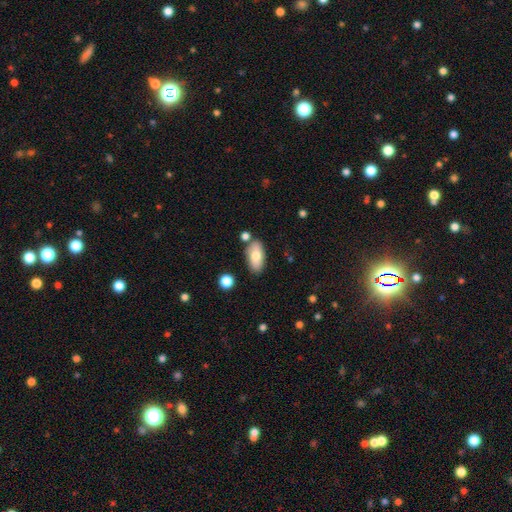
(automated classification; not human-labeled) Smooth or featured: smooth — 74% (featured or disk — 19%)
How rounded: in between — 91% (cigar-shaped — 5%)
Merging: none — 77% (minor disturbance — 13%)